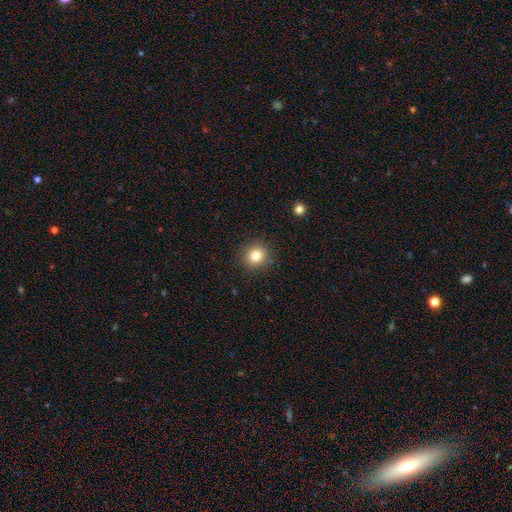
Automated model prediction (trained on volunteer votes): This appears to be a smooth galaxy with no disk features (81%) that is round (90%). Merging: none (90%).